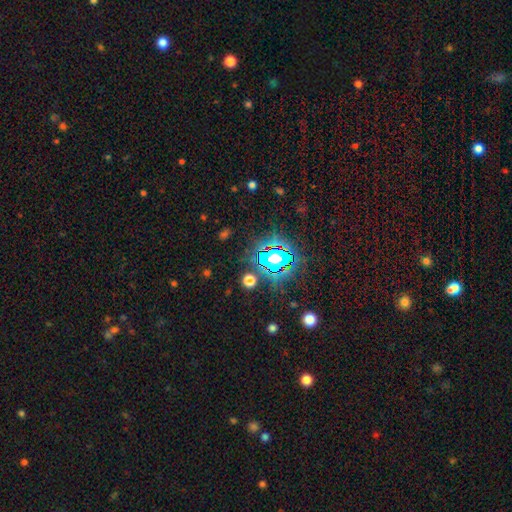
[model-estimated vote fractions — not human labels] Overall: star or artifact (83%).